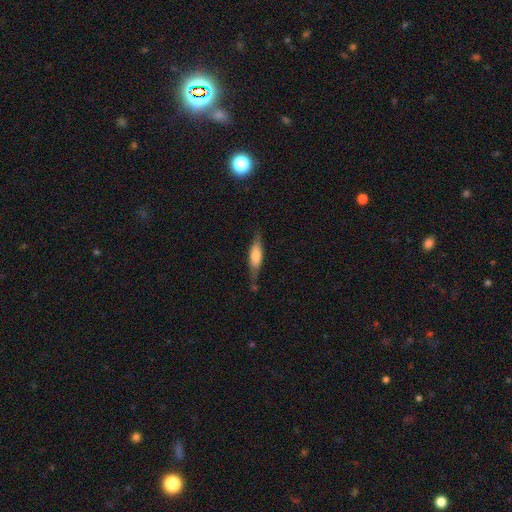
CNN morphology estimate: This is possibly a smooth galaxy (52%). How rounded: likely cigar-shaped (60%). Merging: likely none (73%).